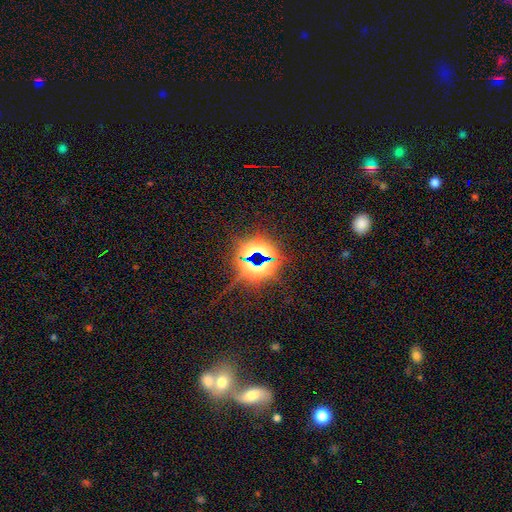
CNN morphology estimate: smooth_or_featured: star or artifact (p=0.79) [alt: smooth p=0.13]